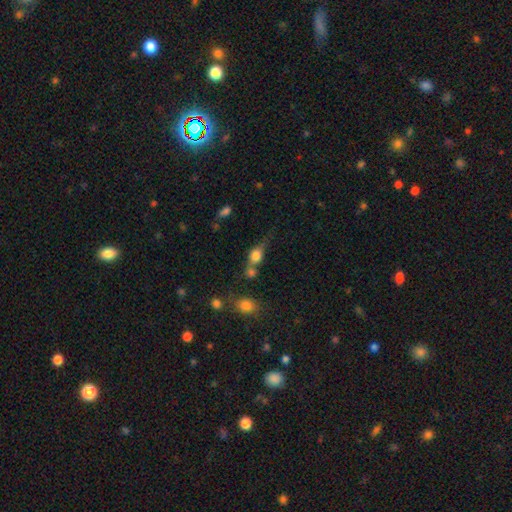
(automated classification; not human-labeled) Smooth or featured?
  - smooth: 70% *
  - featured or disk: 18%
  - star or artifact: 12%
How rounded?
  - in between: 48% *
  - round: 45%
  - cigar-shaped: 8%
Merging?
  - merger: 36% *
  - none: 35%
  - minor disturbance: 18%
  - major disturbance: 12%